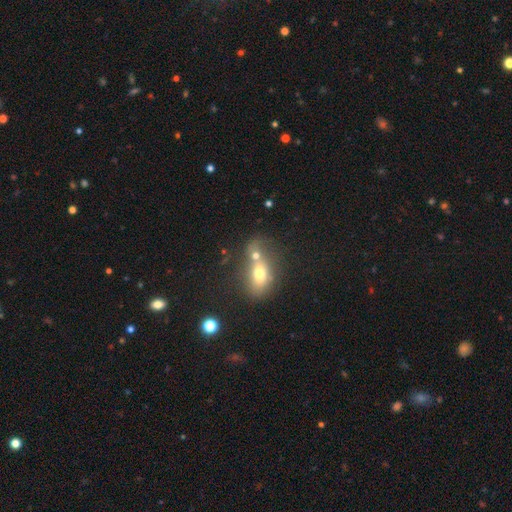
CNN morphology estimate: Smooth or featured? smooth (67%)
How rounded? in between (68%)
Merging? merger (57%)